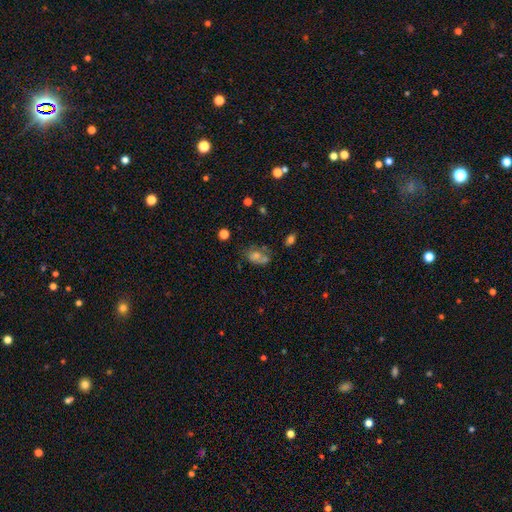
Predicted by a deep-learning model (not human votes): Smooth or featured? smooth (48%)
Merging? none (38%)